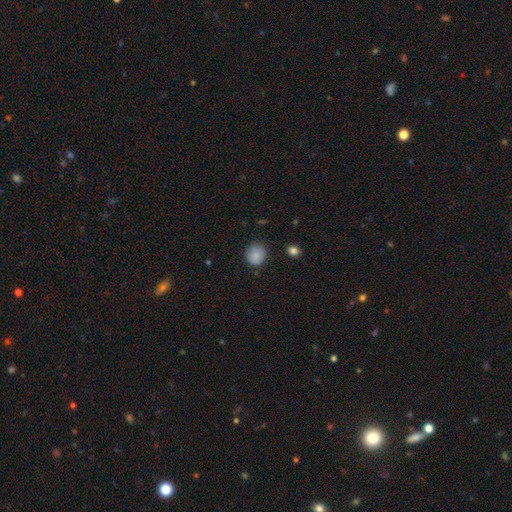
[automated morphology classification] This appears to be a smooth galaxy with no disk features (86%) that is round (78%). Merging: none (76%).